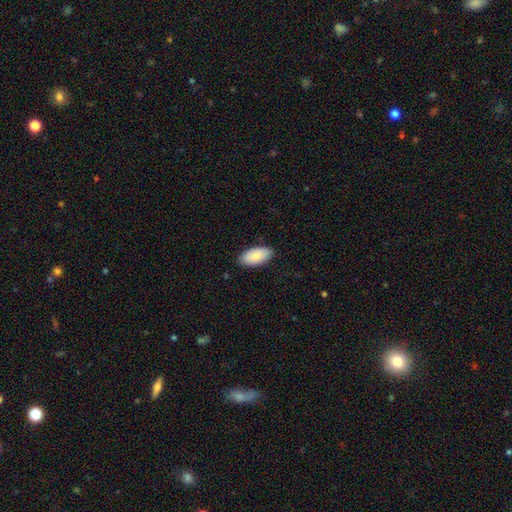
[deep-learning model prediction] The model was most divided on "smooth or featured": smooth: 83%, featured or disk: 11%, star or artifact: 6%. More confident: how rounded — in between (95%); merging — none (86%).